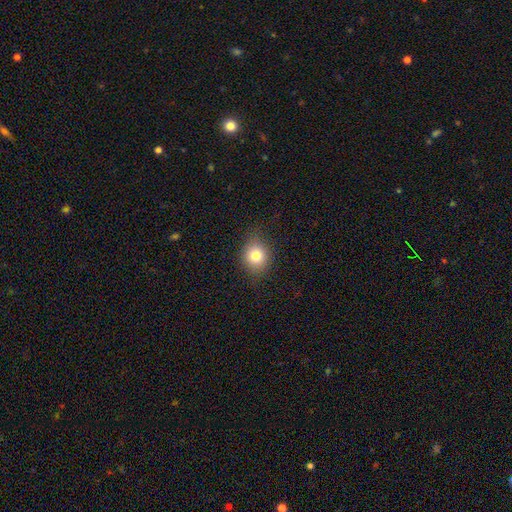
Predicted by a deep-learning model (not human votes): Smooth or featured? Predicted: smooth (p=0.80). How rounded? Predicted: round (p=0.75). Merging? Predicted: none (p=0.80).